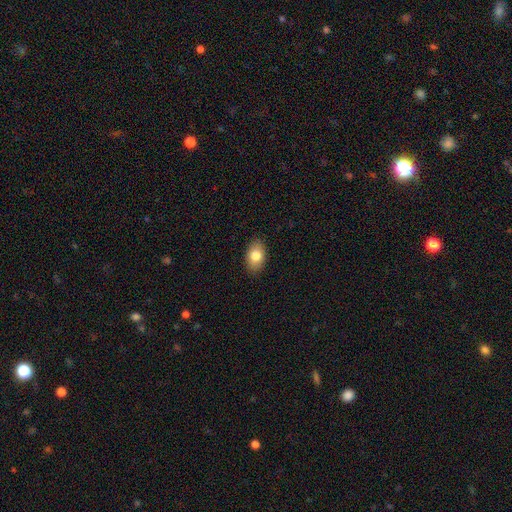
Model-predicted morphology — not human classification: This is clearly a smooth galaxy (81%). How rounded: clearly in between (88%). Merging: clearly none (88%).